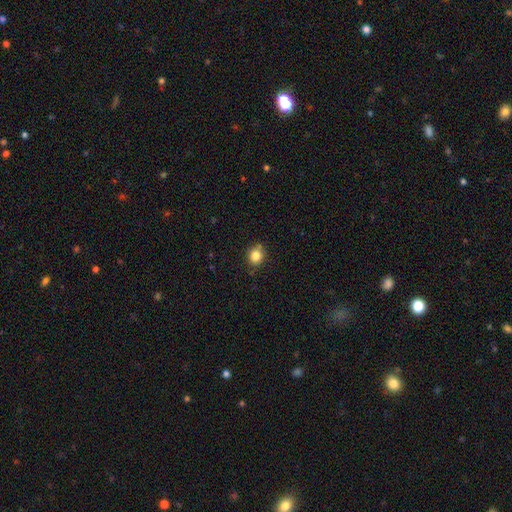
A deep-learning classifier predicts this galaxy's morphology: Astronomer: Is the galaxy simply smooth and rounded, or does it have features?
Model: smooth — 83%.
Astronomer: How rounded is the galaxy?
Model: round — 78%.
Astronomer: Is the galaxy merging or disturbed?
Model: none — 82%.